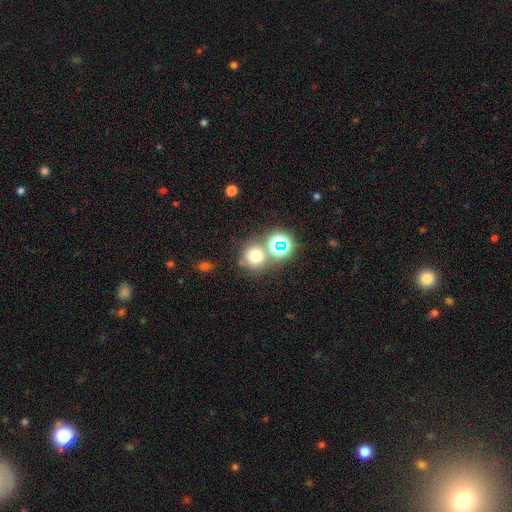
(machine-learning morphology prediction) Smooth or featured: smooth — 66% (star or artifact — 25%)
How rounded: round — 89% (in between — 10%)
Merging: none — 64% (merger — 23%)